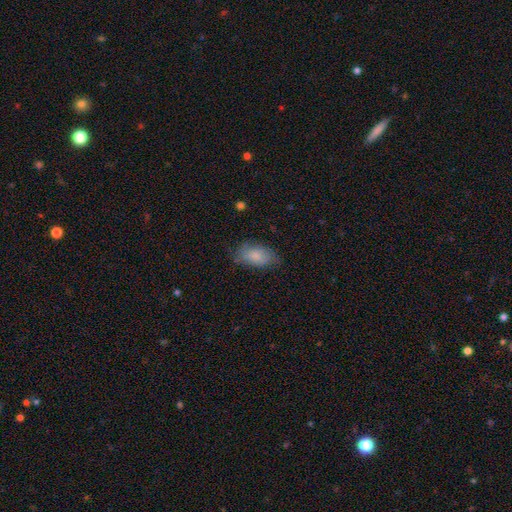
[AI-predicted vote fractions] smooth_or_featured: smooth (p=0.81) [alt: featured or disk p=0.13]
how_rounded: in between (p=0.92) [alt: round p=0.05]
merging: none (p=0.71) [alt: minor disturbance p=0.22]